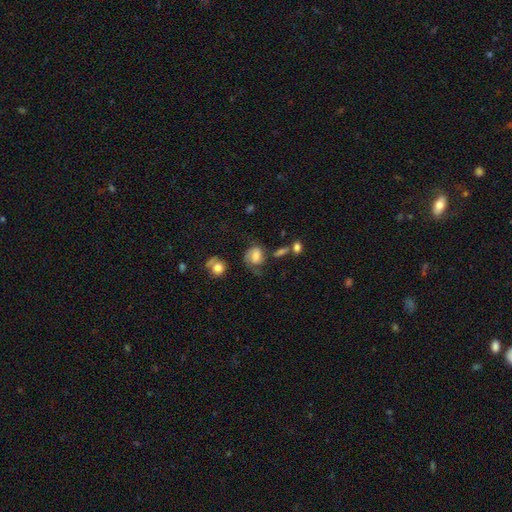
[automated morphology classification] smooth_or_featured: smooth (p=0.50) [alt: featured or disk p=0.39]
how_rounded: in between (p=0.52) [alt: round p=0.46]
merging: none (p=0.43) [alt: minor disturbance p=0.26]